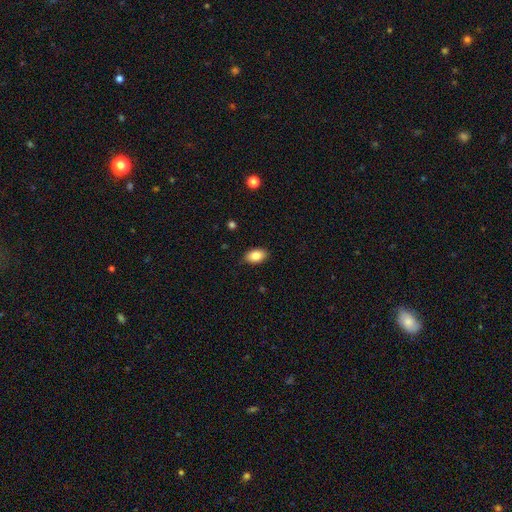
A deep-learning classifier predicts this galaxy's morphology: Overall: smooth (85%). How rounded: in between (89%). Merging: none (85%).